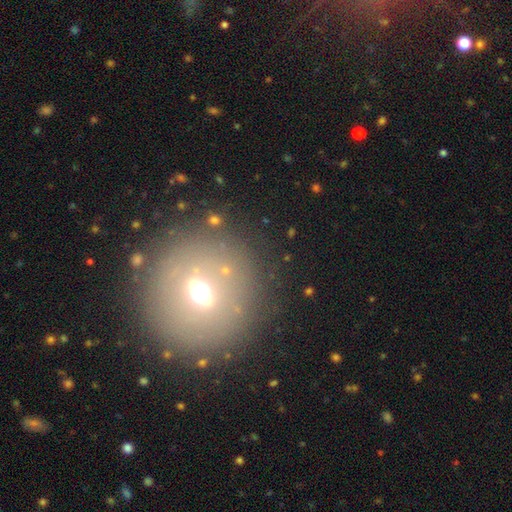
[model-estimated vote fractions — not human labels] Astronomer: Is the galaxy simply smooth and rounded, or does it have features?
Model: smooth — 51% (runner-up: star or artifact, 28%).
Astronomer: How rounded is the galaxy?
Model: round — 93%.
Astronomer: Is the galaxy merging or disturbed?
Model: none — 87%.